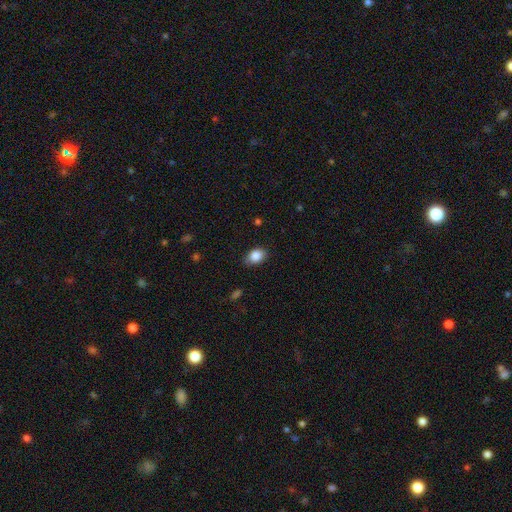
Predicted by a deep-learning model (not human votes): Q: Smooth or featured?
A: smooth (86%); runner-up: star or artifact (8%)
Q: How rounded?
A: in between (76%); runner-up: round (23%)
Q: Merging?
A: none (81%); runner-up: minor disturbance (15%)